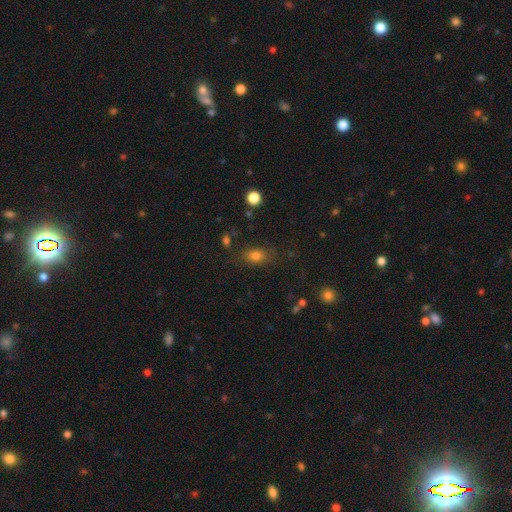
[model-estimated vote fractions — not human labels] This is likely a smooth galaxy (77%). How rounded: likely in between (73%). Merging: likely none (74%).